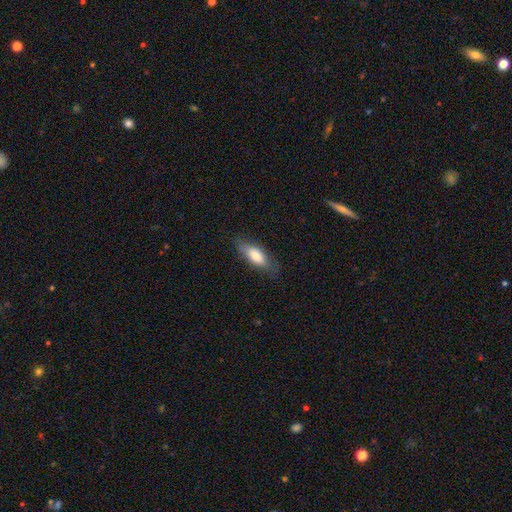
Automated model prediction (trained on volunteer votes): Smooth or featured?
  - smooth: 74% *
  - featured or disk: 20%
  - star or artifact: 6%
How rounded?
  - in between: 71% *
  - cigar-shaped: 27%
  - round: 2%
Merging?
  - none: 76% *
  - minor disturbance: 18%
  - major disturbance: 5%
  - merger: 1%